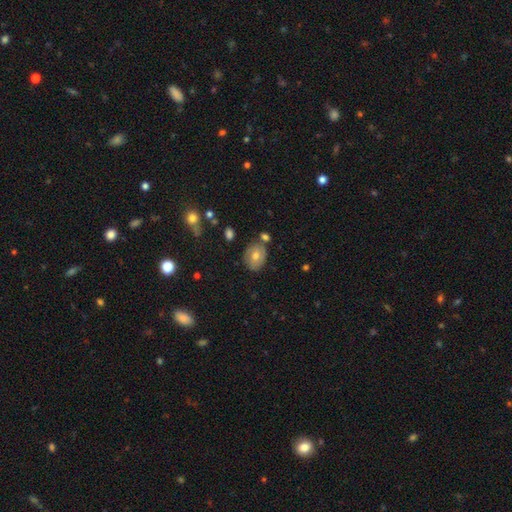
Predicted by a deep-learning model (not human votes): Smooth or featured?
  - smooth: 65% *
  - featured or disk: 25%
  - star or artifact: 11%
How rounded?
  - in between: 56% *
  - round: 43%
  - cigar-shaped: 1%
Merging?
  - none: 75% *
  - minor disturbance: 14%
  - merger: 8%
  - major disturbance: 3%